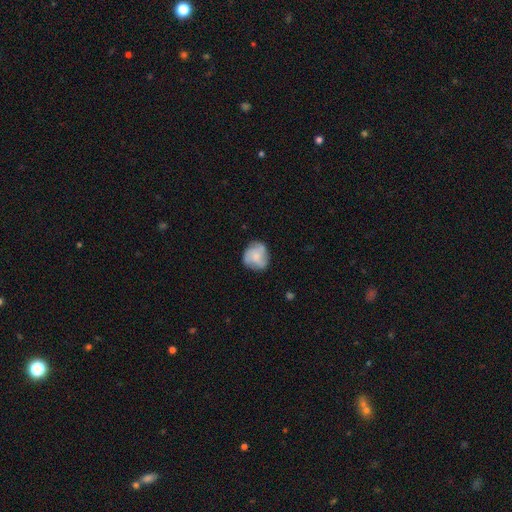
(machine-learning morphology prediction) smooth_or_featured: smooth (p=0.50) [alt: featured or disk p=0.41]
how_rounded: round (p=0.78) [alt: in between p=0.21]
merging: none (p=0.71) [alt: minor disturbance p=0.20]